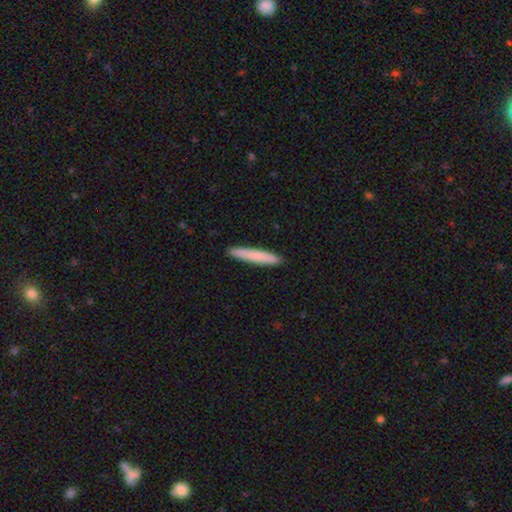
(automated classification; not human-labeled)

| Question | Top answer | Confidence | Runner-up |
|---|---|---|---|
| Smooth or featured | smooth | 80% | featured or disk (14%) |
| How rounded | cigar-shaped | 95% | in between (4%) |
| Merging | none | 92% | minor disturbance (6%) |